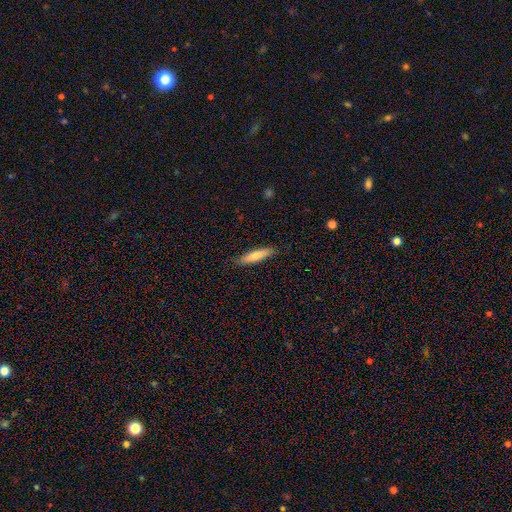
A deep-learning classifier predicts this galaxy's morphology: The model was most divided on "smooth or featured": smooth: 72%, featured or disk: 23%, star or artifact: 6%. More confident: merging — none (85%); how rounded — cigar-shaped (77%).